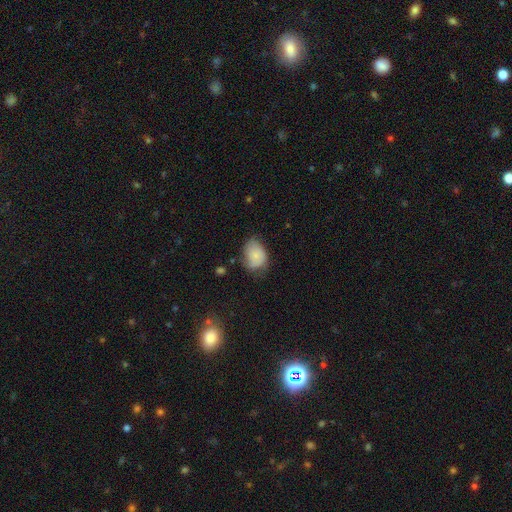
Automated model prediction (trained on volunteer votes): Smooth or featured? smooth (71%)
How rounded? in between (71%)
Merging? none (46%)